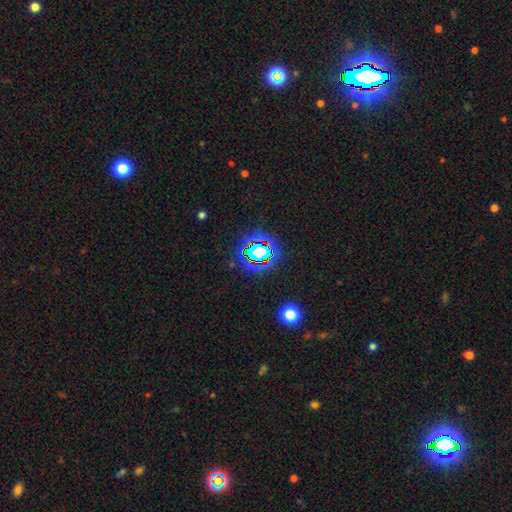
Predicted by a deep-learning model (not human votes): smooth_or_featured: star or artifact (p=0.77) [alt: smooth p=0.13]